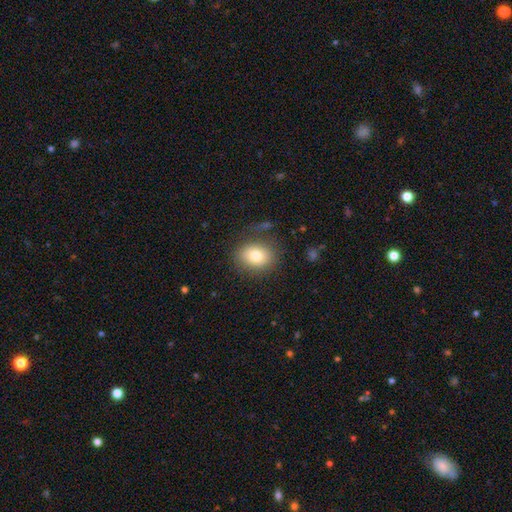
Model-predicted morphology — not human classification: smooth_or_featured: smooth (p=0.79) [alt: featured or disk p=0.12]
how_rounded: in between (p=0.53) [alt: round p=0.46]
merging: none (p=0.79) [alt: minor disturbance p=0.13]